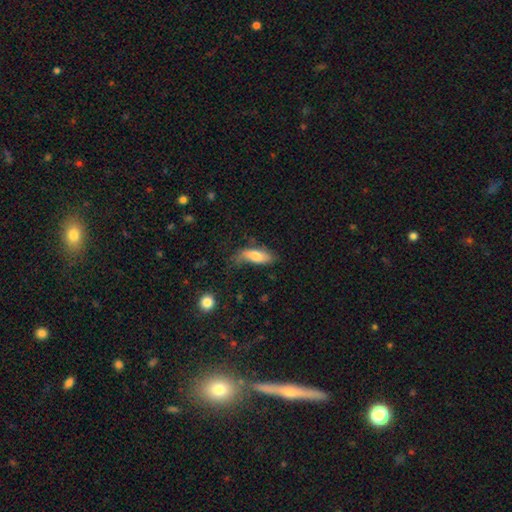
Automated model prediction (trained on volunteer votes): The model was most divided on "merging": none: 45%, minor disturbance: 34%, major disturbance: 18%, merger: 3%. More confident: how rounded — in between (70%); smooth or featured — smooth (70%).